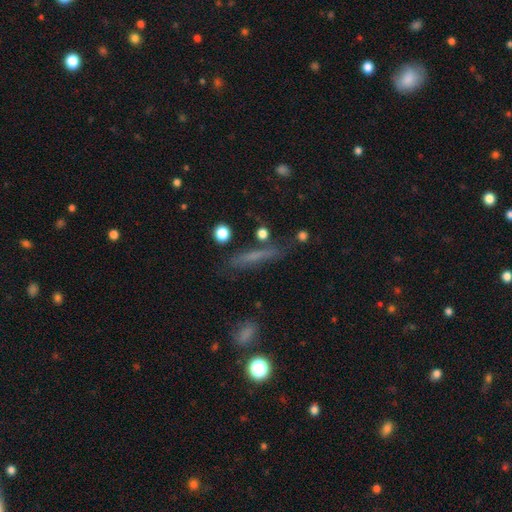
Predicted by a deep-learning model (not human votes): Smooth or featured? Predicted: smooth (p=0.55). How rounded? Predicted: cigar-shaped (p=0.85). Merging? Predicted: none (p=0.74).